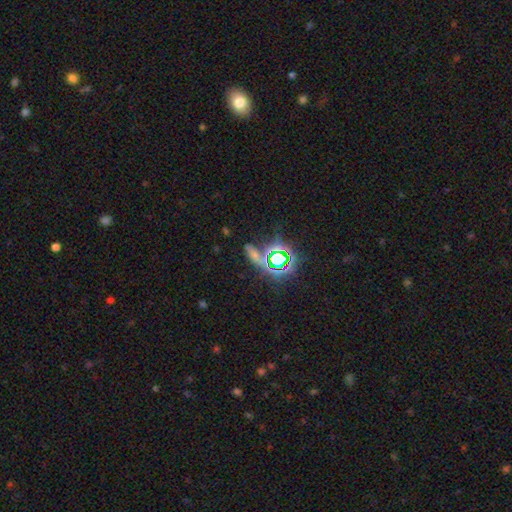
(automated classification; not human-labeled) smooth-or-featured: star or artifact: 53% | smooth: 33% | featured or disk: 14%